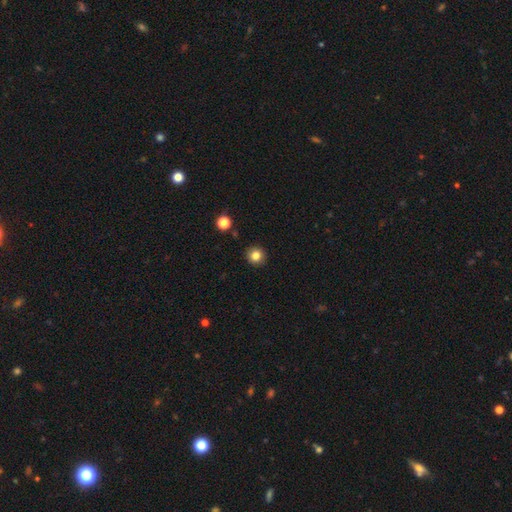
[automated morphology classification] Q: Smooth or featured?
A: smooth (83%); runner-up: star or artifact (11%)
Q: How rounded?
A: round (93%); runner-up: in between (6%)
Q: Merging?
A: none (92%); runner-up: minor disturbance (5%)